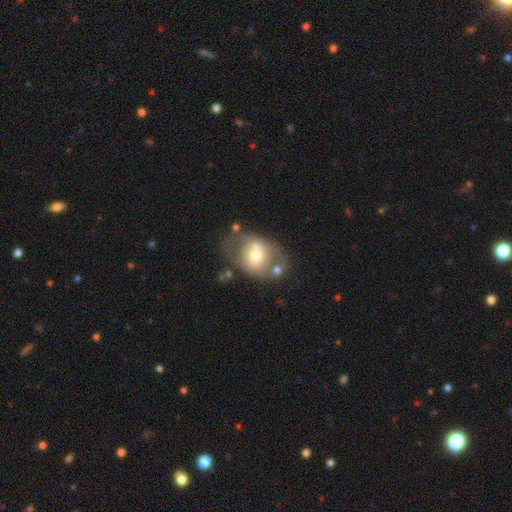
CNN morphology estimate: Q: Smooth or featured?
A: smooth (48%); runner-up: featured or disk (44%)
Q: Merging?
A: none (52%); runner-up: minor disturbance (19%)